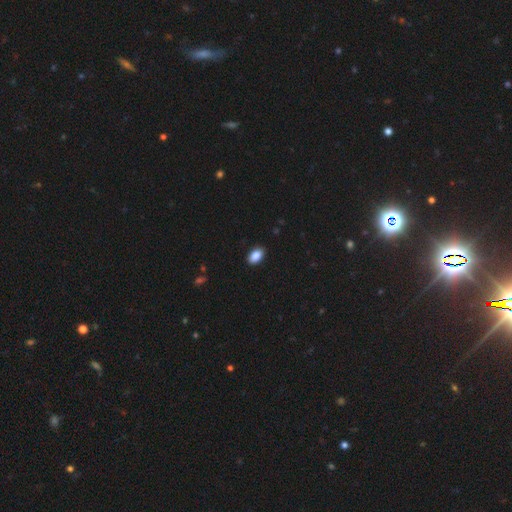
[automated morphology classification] smooth_or_featured: smooth (p=0.88) [alt: star or artifact p=0.08]
how_rounded: in between (p=0.91) [alt: round p=0.08]
merging: none (p=0.90) [alt: minor disturbance p=0.07]